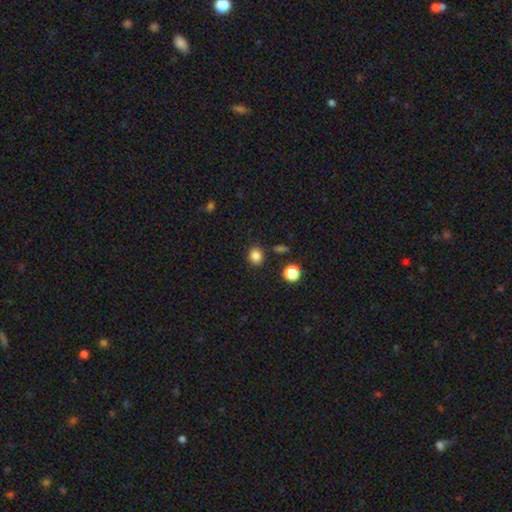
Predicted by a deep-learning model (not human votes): smooth-or-featured: smooth: 84% | star or artifact: 12% | featured or disk: 4%
  how-rounded: round: 70% | in between: 29% | cigar-shaped: 1%
  merging: none: 85% | minor disturbance: 8% | merger: 4% | major disturbance: 3%